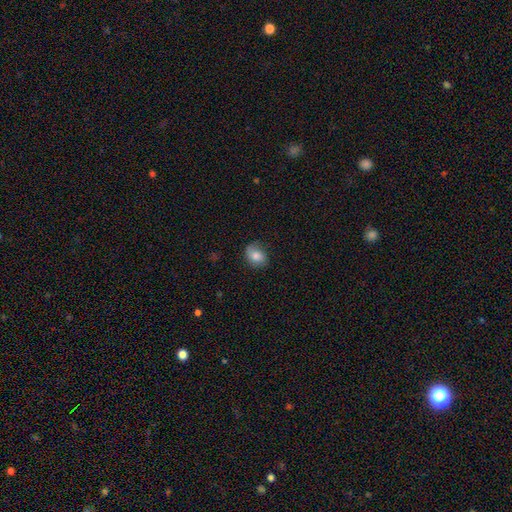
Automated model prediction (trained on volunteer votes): This is likely a smooth galaxy (70%). How rounded: possibly in between (58%). Merging: likely none (64%).